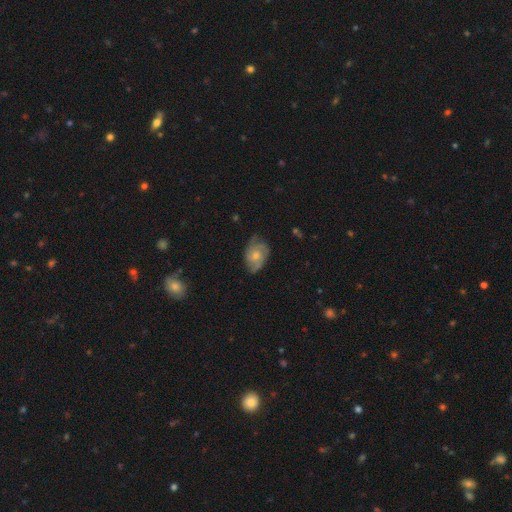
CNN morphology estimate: Smooth or featured?
  - featured or disk: 58% *
  - smooth: 35%
  - star or artifact: 7%
Edge-on disk?
  - no: 96% *
  - yes: 4%
Bar?
  - no: 77% *
  - weak: 21%
  - strong: 3%
Spiral arms?
  - yes: 82% *
  - no: 18%
Bulge size?
  - moderate: 51% *
  - small: 37%
  - none: 6%
  - large: 5%
  - dominant: 1%
Merging?
  - none: 60% *
  - minor disturbance: 28%
  - major disturbance: 10%
  - merger: 1%